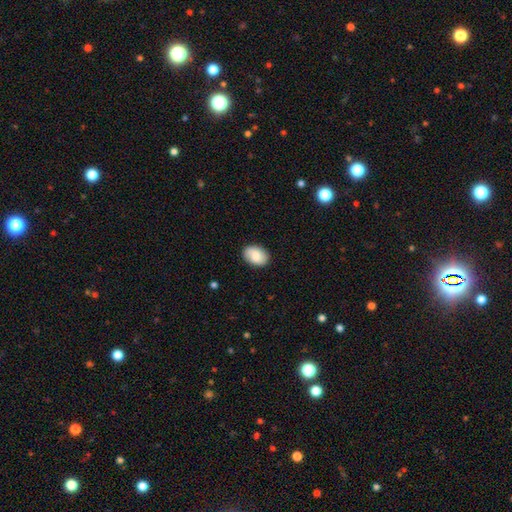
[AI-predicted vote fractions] Smooth or featured: smooth — 83% (featured or disk — 11%)
How rounded: in between — 81% (round — 18%)
Merging: none — 86% (minor disturbance — 10%)